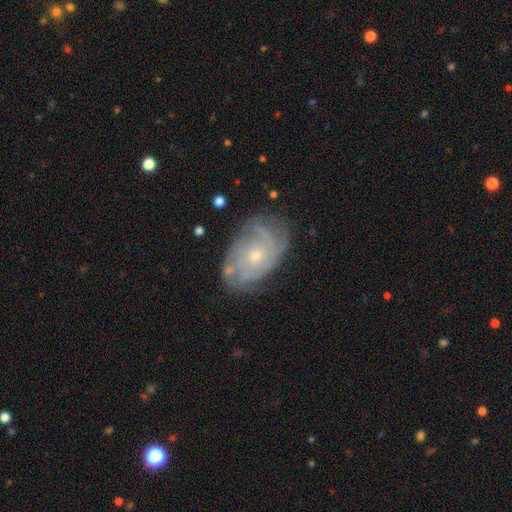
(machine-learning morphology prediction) type=featured or disk (81%); edge-on=no (96%); bar=no (80%); spiral arms=yes (90%); winding=tight (59%); arm count=can't tell (41%); bulge=small (59%); merging=none (69%).